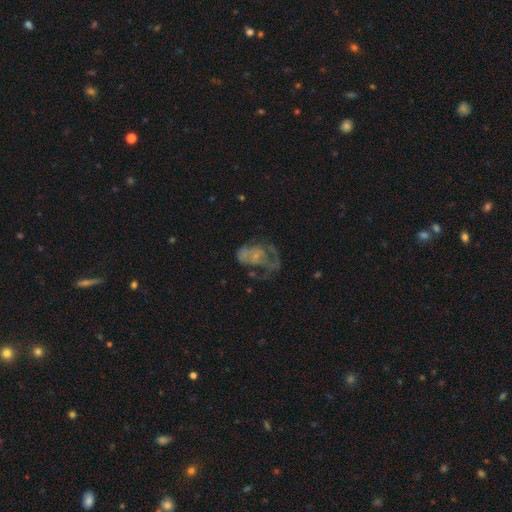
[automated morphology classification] smooth_or_featured: featured or disk (p=0.60) [alt: smooth p=0.28]
disk_edge_on: no (p=0.97) [alt: yes p=0.03]
bar: no (p=0.84) [alt: weak p=0.14]
has_spiral_arms: no (p=0.59) [alt: yes p=0.41]
bulge_size: small (p=0.54) [alt: none p=0.29]
merging: major disturbance (p=0.49) [alt: none p=0.26]